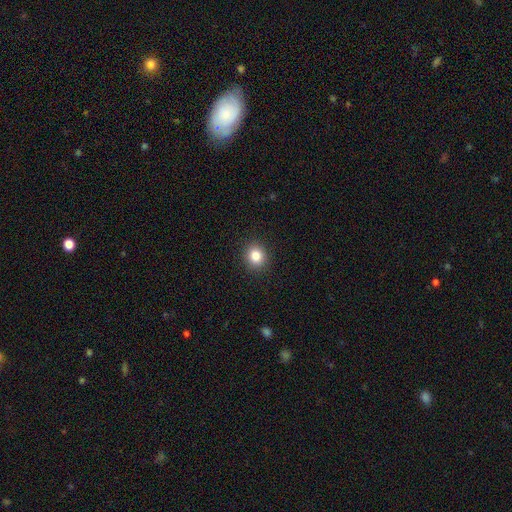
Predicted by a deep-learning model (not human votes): Overall: smooth (84%). How rounded: round (78%). Merging: none (91%).